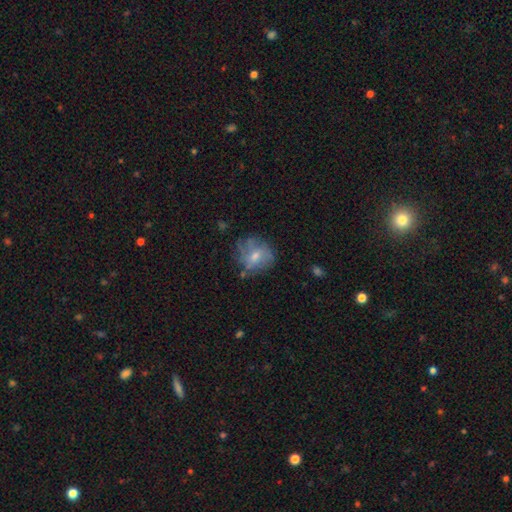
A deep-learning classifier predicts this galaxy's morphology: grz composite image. It shows a smooth galaxy with no disk features (47%). Merging: none (64%).